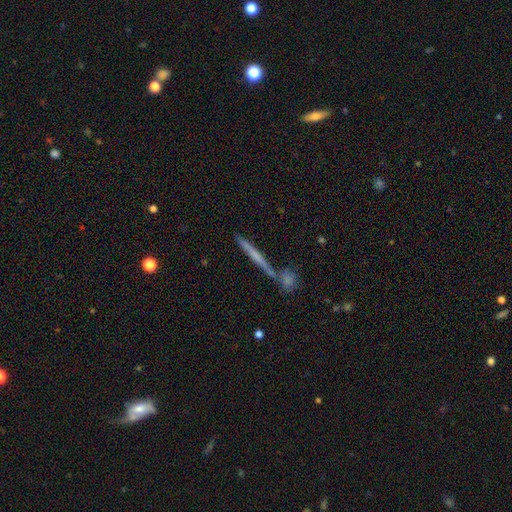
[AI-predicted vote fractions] Morphology: type=featured or disk (52%); edge-on=yes (96%); edge-on bulge=none (66%); merging=none (77%).